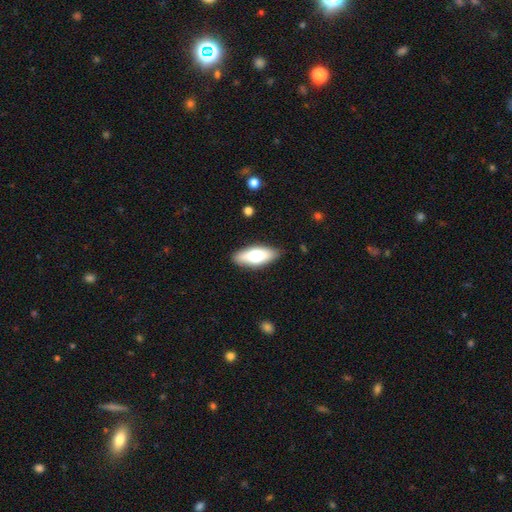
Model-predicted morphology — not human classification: smooth-or-featured: smooth: 66% | featured or disk: 28% | star or artifact: 6%
  how-rounded: in between: 77% | cigar-shaped: 21% | round: 3%
  merging: none: 87% | minor disturbance: 10% | major disturbance: 2% | merger: 1%